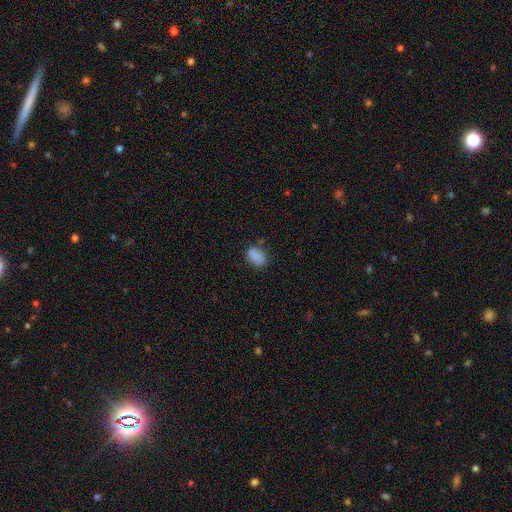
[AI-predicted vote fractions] smooth 86%, star or artifact 10%, featured or disk 4%. Down the decision tree: how rounded — in between (86%); merging — none (74%).